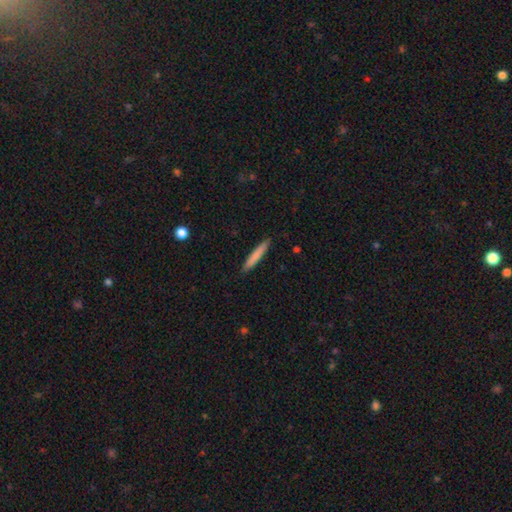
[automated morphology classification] A smooth galaxy with no disk features (78%) that is cigar-shaped (95%). Merging: none (91%).